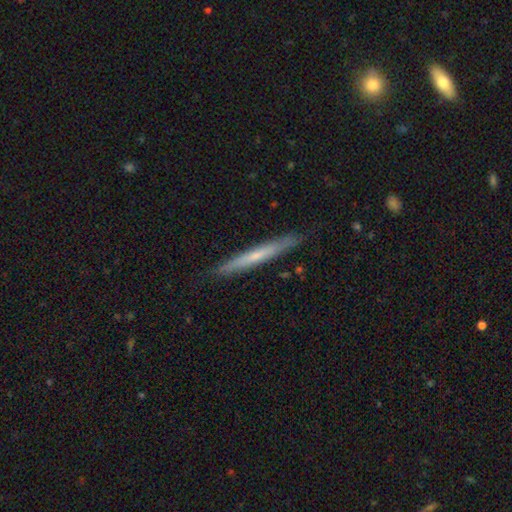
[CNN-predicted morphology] Q: Smooth or featured?
A: smooth (49%); runner-up: featured or disk (46%)
Q: Merging?
A: none (88%); runner-up: minor disturbance (9%)